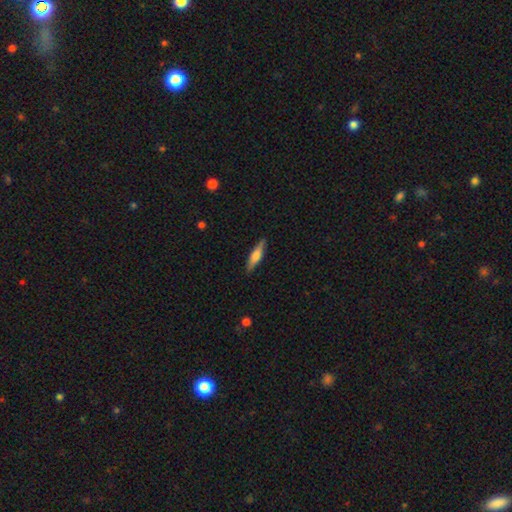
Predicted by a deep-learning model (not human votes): A smooth galaxy with no disk features (52%) that is cigar-shaped (76%).

Vote fractions:
- Smooth or featured? smooth: 52% / featured or disk: 42% / star or artifact: 6%
- How rounded? cigar-shaped: 76% / in between: 22% / round: 2%
- Merging? none: 88% / minor disturbance: 9% / major disturbance: 2% / merger: 1%